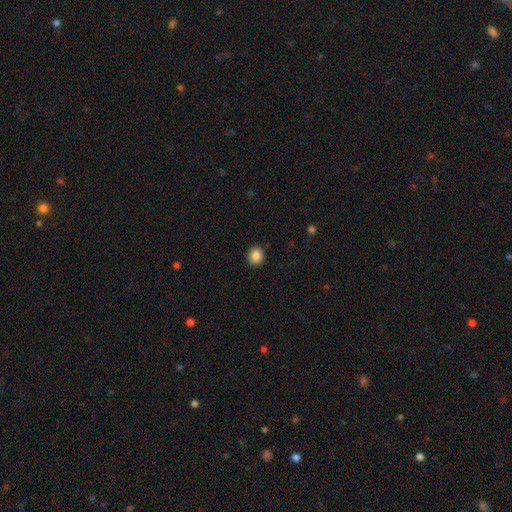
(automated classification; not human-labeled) Smooth or featured? smooth (86%)
How rounded? round (77%)
Merging? none (91%)